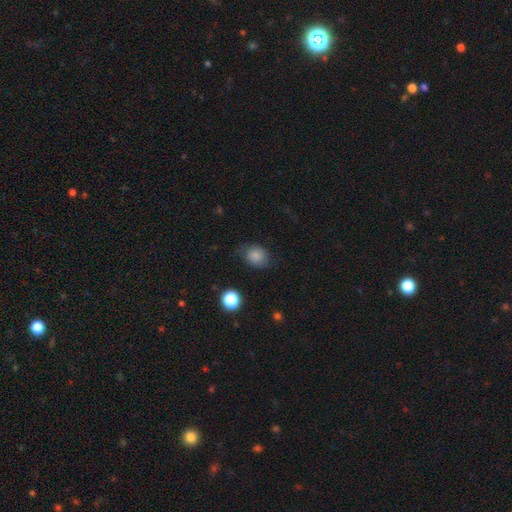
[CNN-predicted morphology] Smooth or featured: smooth — 83% (star or artifact — 11%)
How rounded: round — 55% (in between — 44%)
Merging: none — 70% (minor disturbance — 22%)